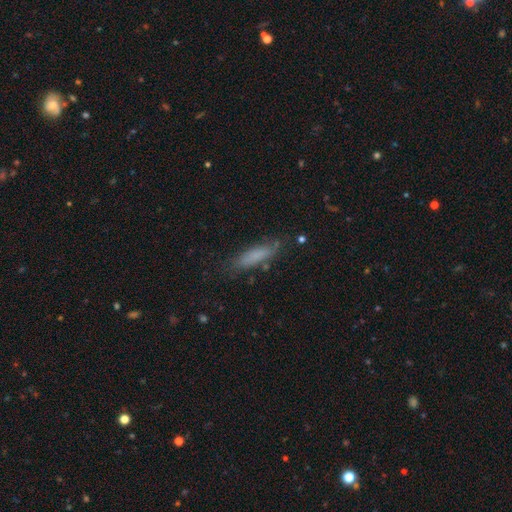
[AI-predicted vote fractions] Smooth or featured? smooth (73%)
How rounded? cigar-shaped (71%)
Merging? none (74%)